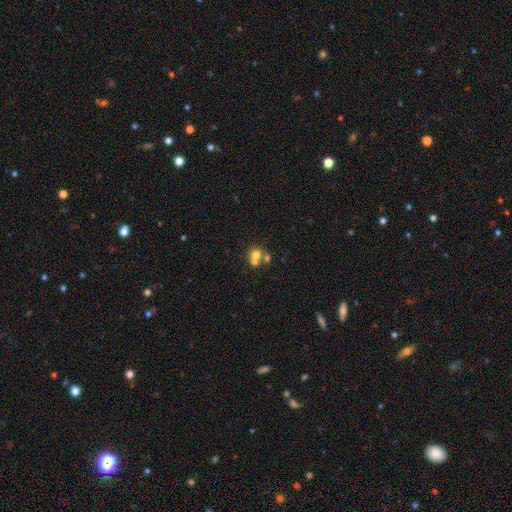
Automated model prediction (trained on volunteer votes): smooth-or-featured: smooth: 70% | featured or disk: 18% | star or artifact: 12%
  how-rounded: round: 78% | in between: 21% | cigar-shaped: 1%
  merging: merger: 51% | none: 39% | minor disturbance: 7% | major disturbance: 3%